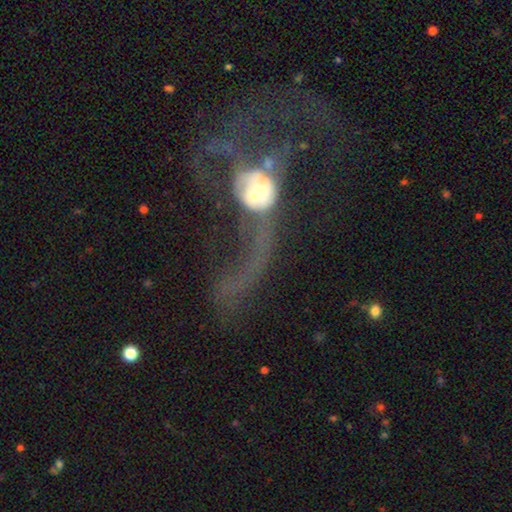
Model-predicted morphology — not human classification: This appears to be a featured or disk galaxy (69%) with no bar (67%), spiral arms (62%) and a moderate central bulge (46%). Merging: major disturbance (56%).